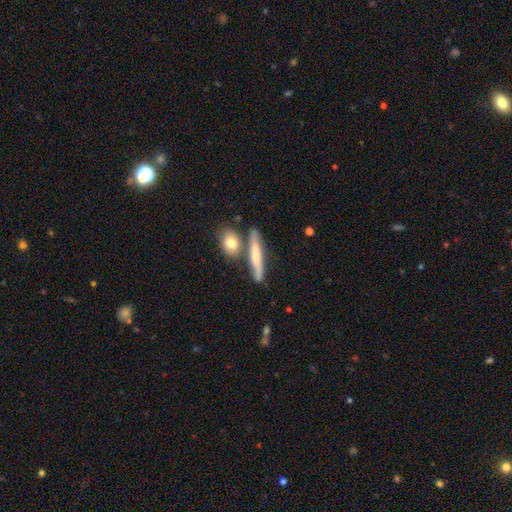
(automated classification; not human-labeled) Smooth or featured? smooth (55%)
How rounded? cigar-shaped (84%)
Merging? none (69%)